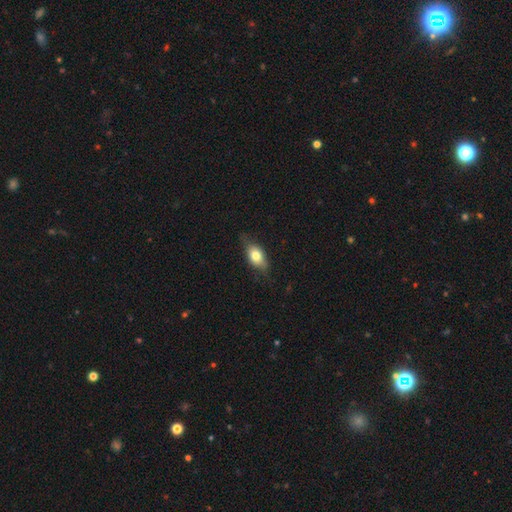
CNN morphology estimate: Smooth or featured? Predicted: smooth (p=0.73). How rounded? Predicted: in between (p=0.82). Merging? Predicted: none (p=0.70).